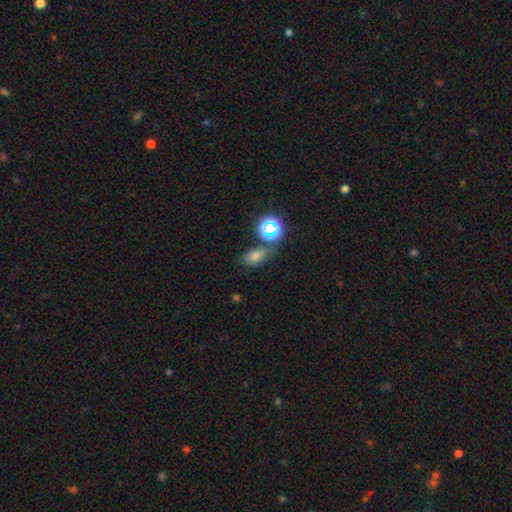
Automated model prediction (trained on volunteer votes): This appears to be a smooth galaxy with no disk features (56%) that is in between round and cigar-shaped (70%). Merging: none (67%).